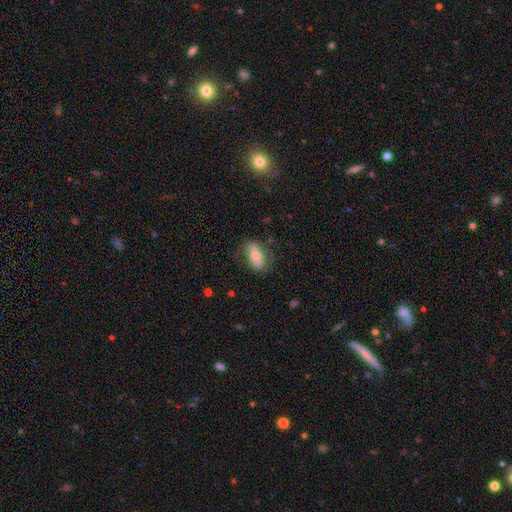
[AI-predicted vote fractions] The model was most divided on "smooth or featured": smooth: 59%, featured or disk: 33%, star or artifact: 7%. More confident: how rounded — in between (88%); merging — none (69%).